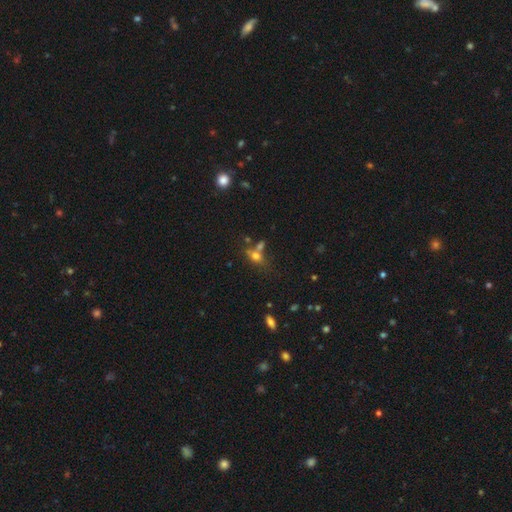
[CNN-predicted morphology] type=smooth (63%); roundness=in between (59%); merging=none (44%).